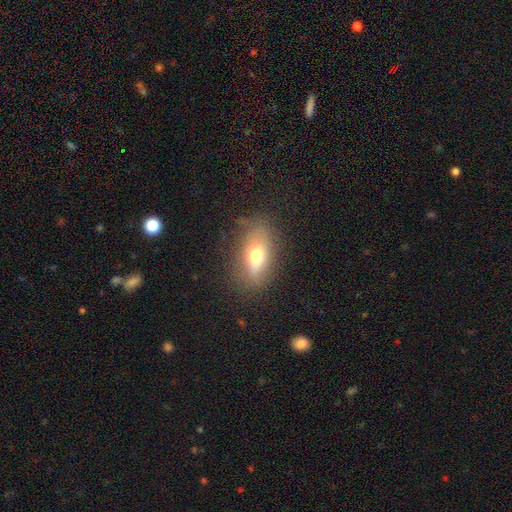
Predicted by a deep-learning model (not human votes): This is likely a smooth galaxy (66%). How rounded: clearly in between (80%). Merging: likely none (75%).